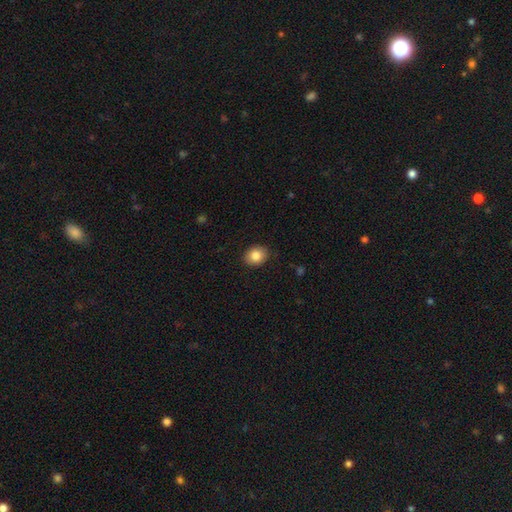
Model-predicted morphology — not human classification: smooth_or_featured: smooth (p=0.84) [alt: star or artifact p=0.08]
how_rounded: round (p=0.56) [alt: in between p=0.43]
merging: none (p=0.89) [alt: minor disturbance p=0.08]